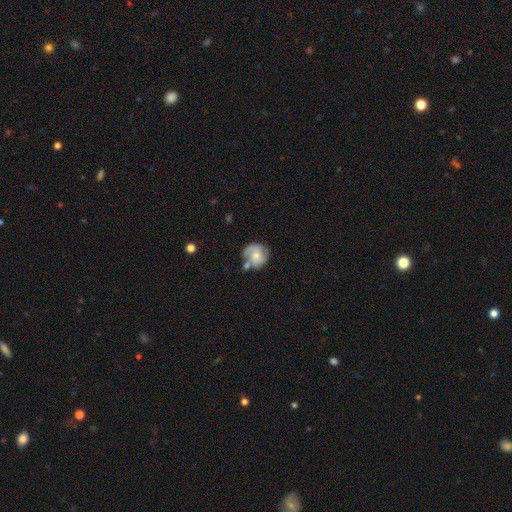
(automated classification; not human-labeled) A featured or disk galaxy (47%).

Vote fractions:
- Smooth or featured? featured or disk: 47% / smooth: 46% / star or artifact: 8%
- Merging? none: 50% / minor disturbance: 22% / merger: 19% / major disturbance: 9%